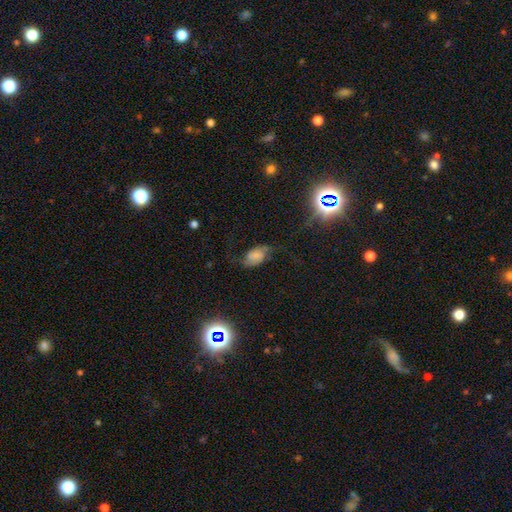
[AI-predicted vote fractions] This appears to be a smooth galaxy with no disk features (45%). Merging: none (50%).